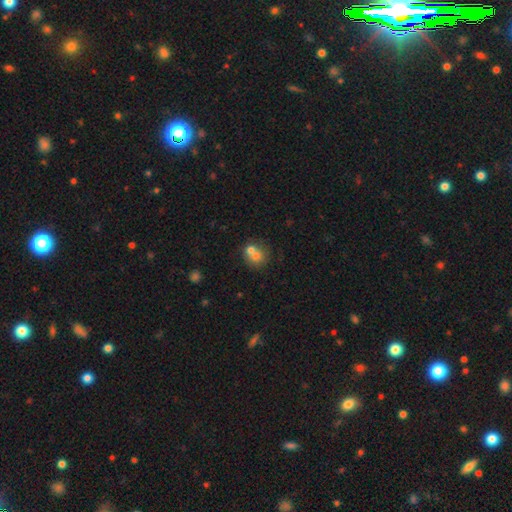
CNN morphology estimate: Smooth or featured? smooth (68%)
How rounded? round (77%)
Merging? merger (54%)